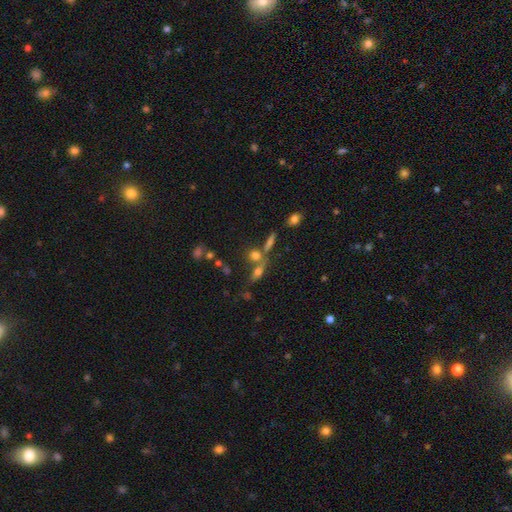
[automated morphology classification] smooth-or-featured: smooth: 63% | featured or disk: 20% | star or artifact: 17%
  how-rounded: round: 48% | in between: 36% | cigar-shaped: 16%
  merging: none: 48% | merger: 36% | minor disturbance: 10% | major disturbance: 5%